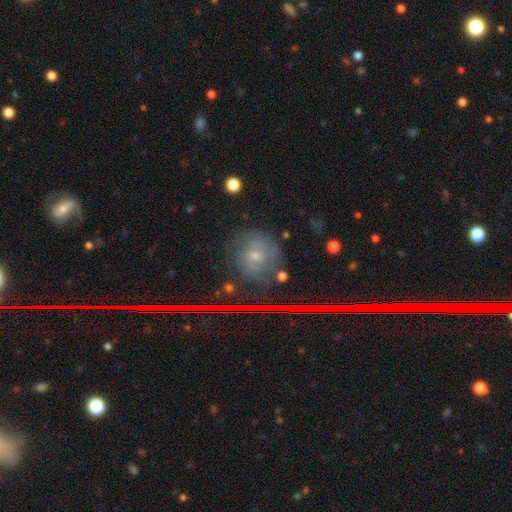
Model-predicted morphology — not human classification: A featured or disk galaxy (60%) with no bar (61%), spiral arms (87%) and a small central bulge (56%). Merging: none (70%).